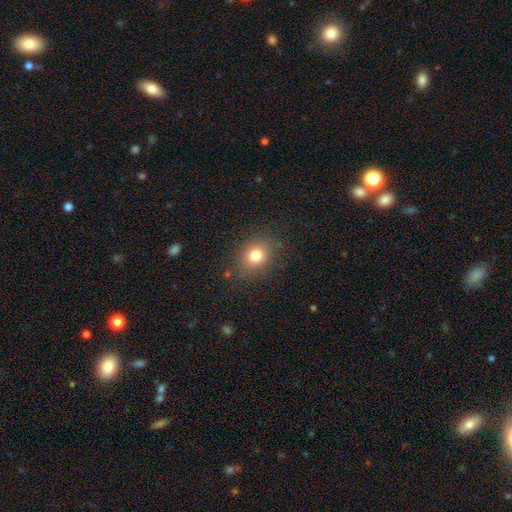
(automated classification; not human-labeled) Smooth or featured?
  - smooth: 78% *
  - star or artifact: 13%
  - featured or disk: 9%
How rounded?
  - round: 64% *
  - in between: 35%
  - cigar-shaped: 1%
Merging?
  - none: 84% *
  - minor disturbance: 11%
  - major disturbance: 4%
  - merger: 1%